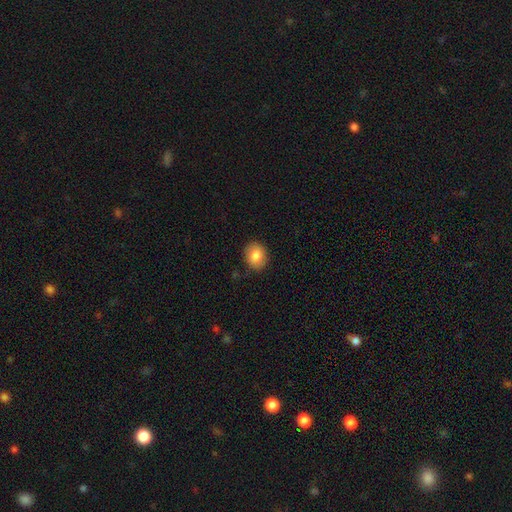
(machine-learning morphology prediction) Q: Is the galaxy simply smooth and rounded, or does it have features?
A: smooth — 83%.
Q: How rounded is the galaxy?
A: round — 62%.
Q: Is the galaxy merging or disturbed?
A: none — 87%.